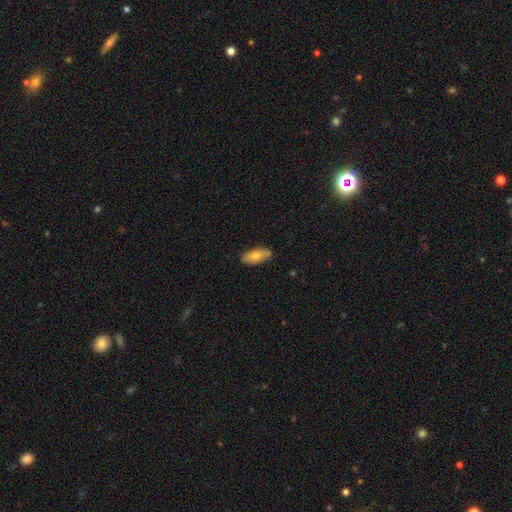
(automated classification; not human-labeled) Smooth or featured? Predicted: smooth (p=0.74). How rounded? Predicted: in between (p=0.85). Merging? Predicted: none (p=0.77).